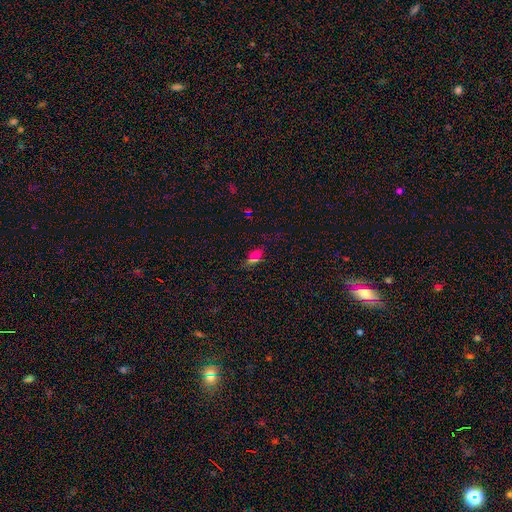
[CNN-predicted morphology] This appears to be a smooth galaxy with no disk features (54%) that is in between round and cigar-shaped (71%). Merging: none (72%).